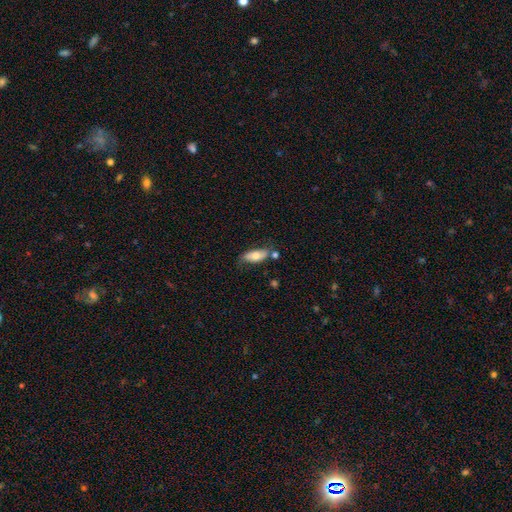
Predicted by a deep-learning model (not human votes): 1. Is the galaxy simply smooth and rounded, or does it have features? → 66% smooth, 27% featured or disk, 7% star or artifact.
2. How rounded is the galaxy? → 80% in between, 17% cigar-shaped, 3% round.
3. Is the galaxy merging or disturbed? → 62% none, 22% minor disturbance, 10% merger, 6% major disturbance.